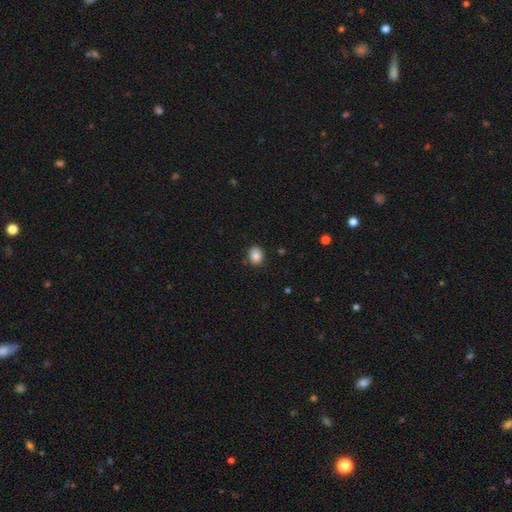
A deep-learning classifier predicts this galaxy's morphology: type=smooth (86%); roundness=round (58%); merging=none (85%).